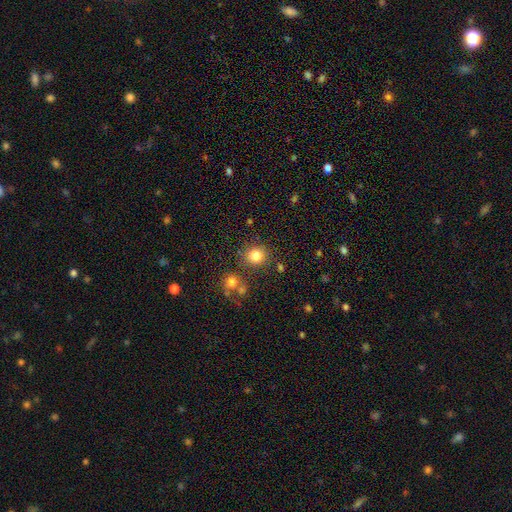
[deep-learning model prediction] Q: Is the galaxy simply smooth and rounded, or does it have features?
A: smooth — 81%.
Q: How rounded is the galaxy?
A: round — 85%.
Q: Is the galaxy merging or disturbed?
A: none — 79%.